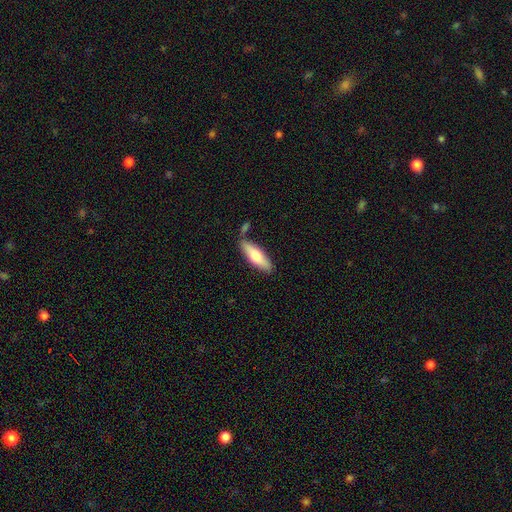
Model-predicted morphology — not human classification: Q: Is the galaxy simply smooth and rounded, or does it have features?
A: smooth — 68%.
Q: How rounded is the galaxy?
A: in between — 53%.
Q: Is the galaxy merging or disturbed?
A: none — 70%.